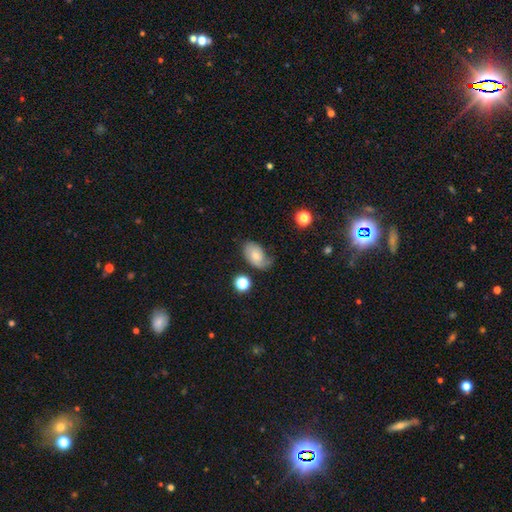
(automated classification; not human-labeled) Q: Smooth or featured?
A: smooth (55%); runner-up: featured or disk (36%)
Q: How rounded?
A: in between (88%); runner-up: round (11%)
Q: Merging?
A: none (48%); runner-up: minor disturbance (34%)